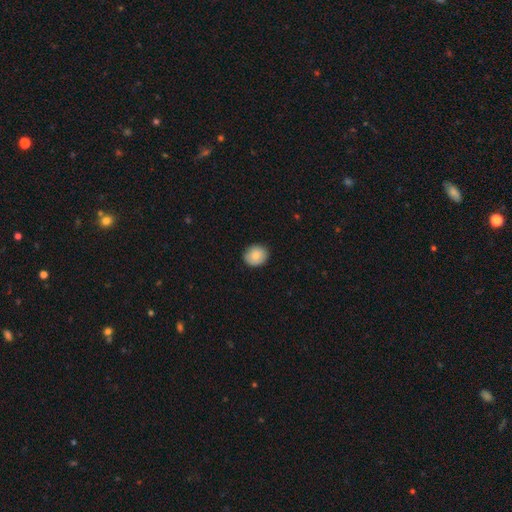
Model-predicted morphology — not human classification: This appears to be a smooth galaxy with no disk features (84%) that is round (77%). Merging: none (89%).